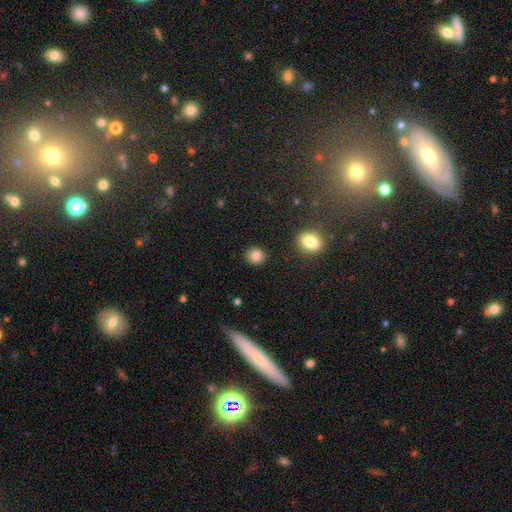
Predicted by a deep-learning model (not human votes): This is clearly a smooth galaxy (85%). How rounded: clearly round (82%). Merging: clearly none (90%).